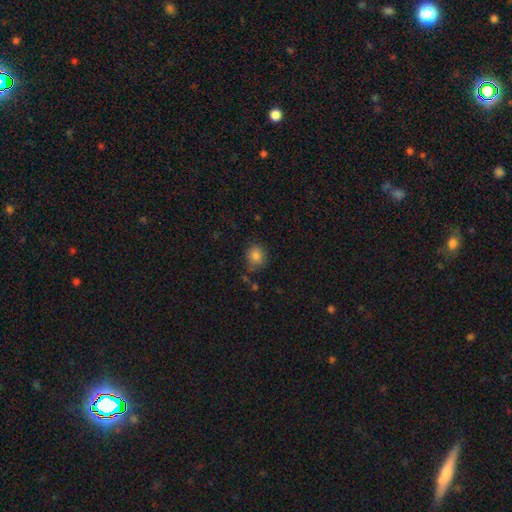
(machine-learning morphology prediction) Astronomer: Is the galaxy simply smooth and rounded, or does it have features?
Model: smooth — 85%.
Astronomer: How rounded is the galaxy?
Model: round — 67%.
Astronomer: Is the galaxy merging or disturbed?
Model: none — 76%.